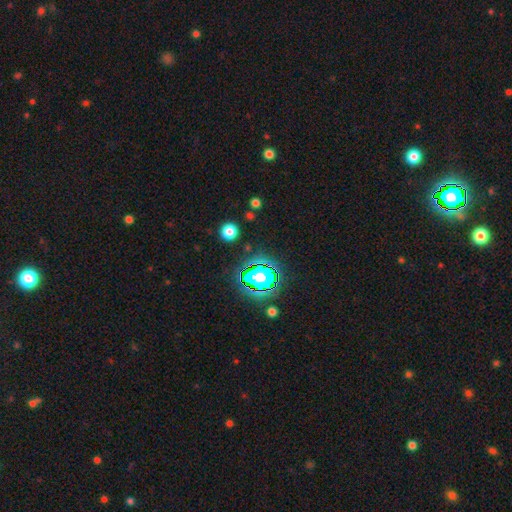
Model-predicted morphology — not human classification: Smooth or featured? Predicted: star or artifact (p=0.82).